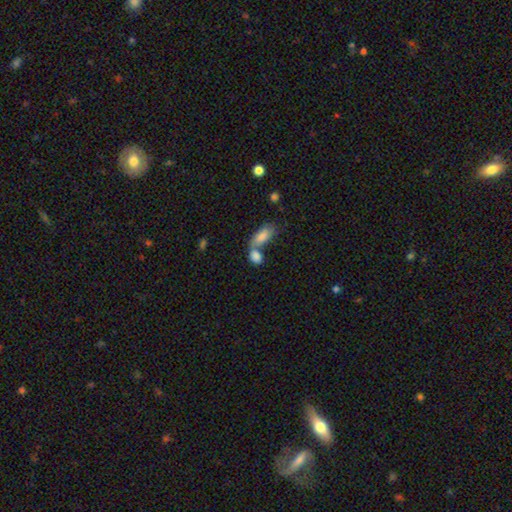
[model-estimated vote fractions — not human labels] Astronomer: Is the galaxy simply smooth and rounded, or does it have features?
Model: smooth — 84%.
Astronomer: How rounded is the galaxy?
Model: in between — 80%.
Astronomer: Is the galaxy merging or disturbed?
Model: merger — 59%.